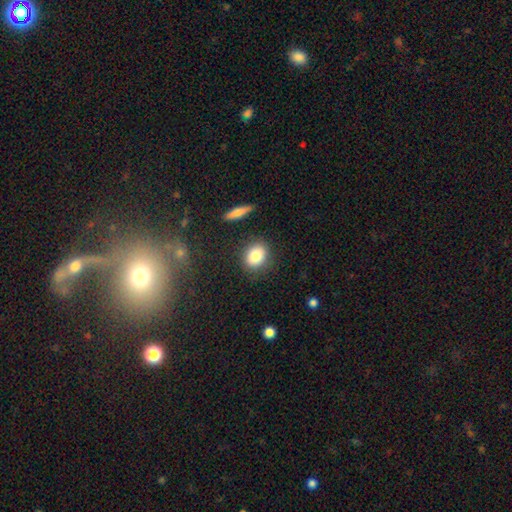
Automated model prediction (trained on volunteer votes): This appears to be a smooth galaxy with no disk features (83%) that is round (52%). Merging: none (83%).